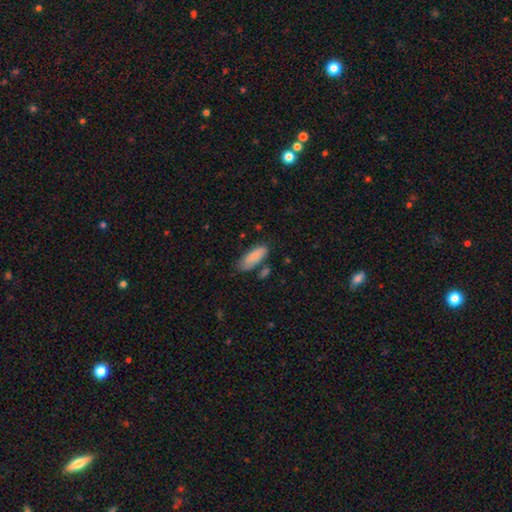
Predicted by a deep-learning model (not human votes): A smooth galaxy with no disk features (84%) that is in between round and cigar-shaped (75%).

Vote fractions:
- Smooth or featured? smooth: 84% / featured or disk: 10% / star or artifact: 6%
- How rounded? in between: 75% / cigar-shaped: 23% / round: 2%
- Merging? none: 70% / minor disturbance: 19% / merger: 8% / major disturbance: 4%